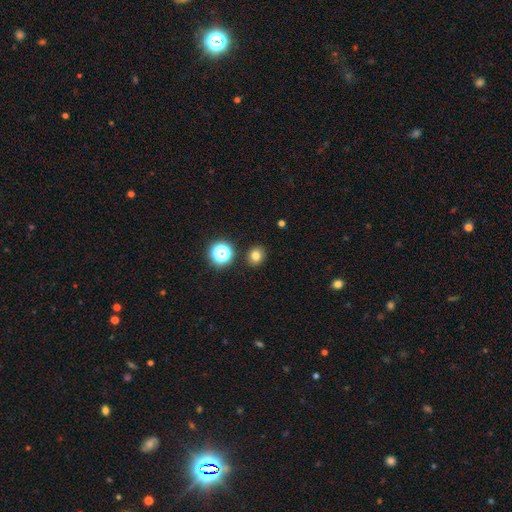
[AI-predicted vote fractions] Smooth or featured: smooth — 77% (star or artifact — 16%)
How rounded: round — 66% (in between — 33%)
Merging: none — 88% (minor disturbance — 7%)